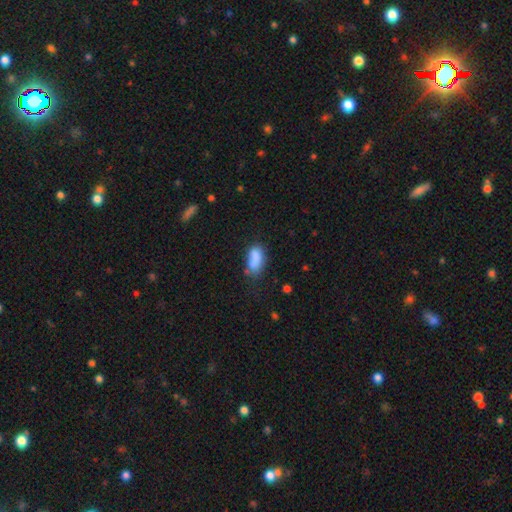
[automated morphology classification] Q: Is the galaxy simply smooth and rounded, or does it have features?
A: smooth — 80%.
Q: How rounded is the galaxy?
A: in between — 89%.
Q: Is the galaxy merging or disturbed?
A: none — 46%.